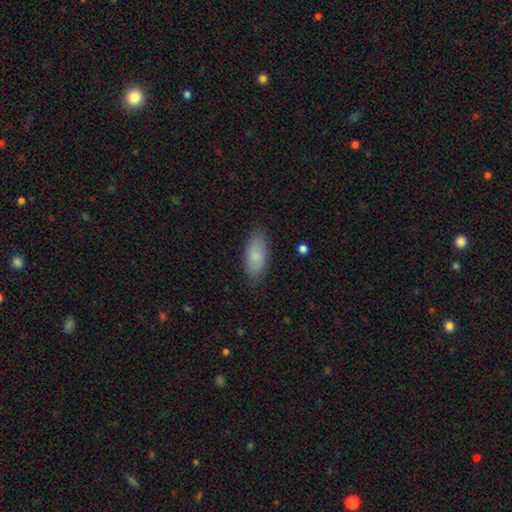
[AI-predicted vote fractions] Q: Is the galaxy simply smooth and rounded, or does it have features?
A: smooth — 79%.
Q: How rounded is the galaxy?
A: in between — 88%.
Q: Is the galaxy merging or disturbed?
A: none — 83%.